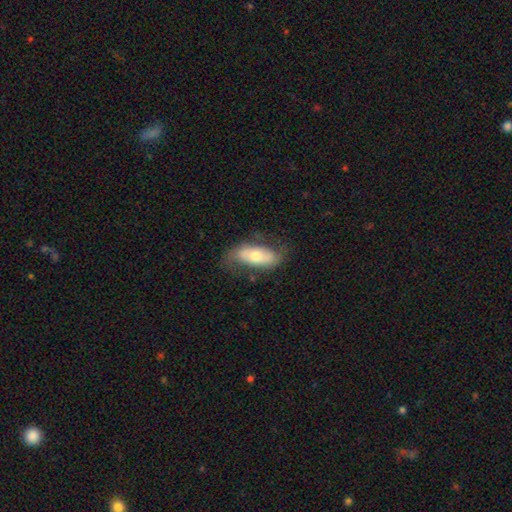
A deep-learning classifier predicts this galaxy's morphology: This is possibly a smooth galaxy (56%). How rounded: clearly in between (84%). Merging: likely none (63%).